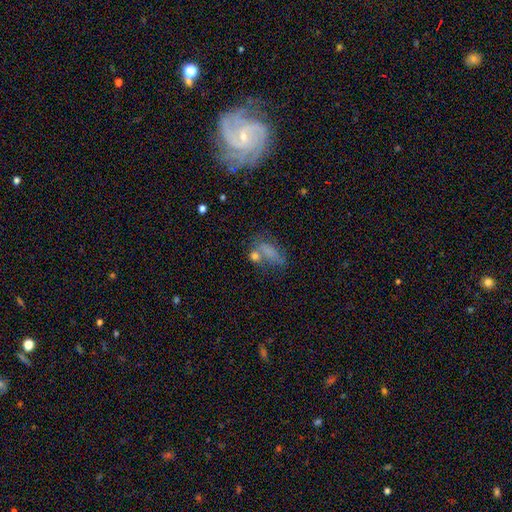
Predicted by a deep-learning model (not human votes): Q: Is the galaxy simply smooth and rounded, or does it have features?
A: smooth — 64%.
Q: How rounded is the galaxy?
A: in between — 72%.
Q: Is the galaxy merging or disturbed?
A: none — 38%.